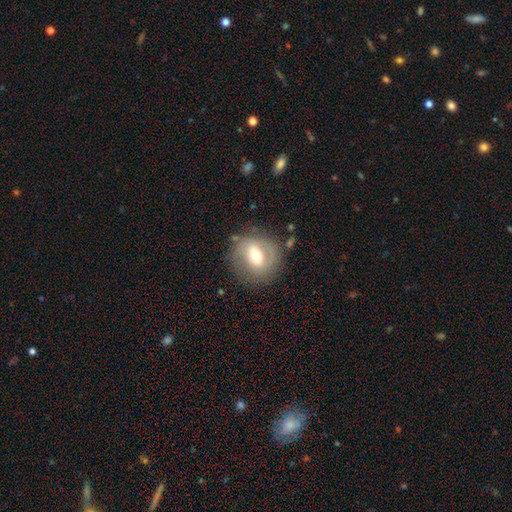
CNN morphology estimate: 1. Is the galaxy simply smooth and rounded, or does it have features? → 48% featured or disk, 44% smooth, 8% star or artifact.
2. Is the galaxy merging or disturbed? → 76% none, 15% minor disturbance, 7% major disturbance, 3% merger.